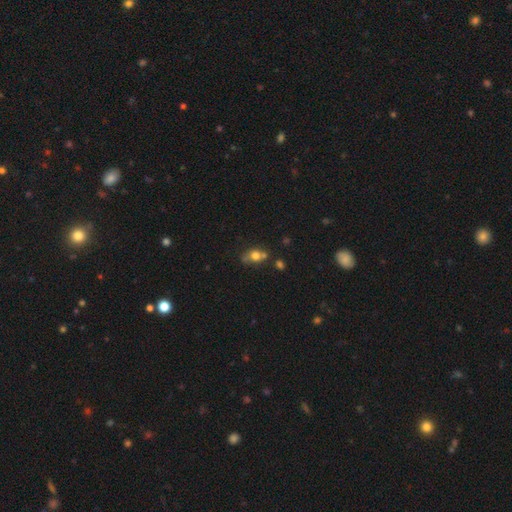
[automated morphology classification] This is likely a smooth galaxy (70%). How rounded: possibly round (50%). Merging: possibly none (50%).